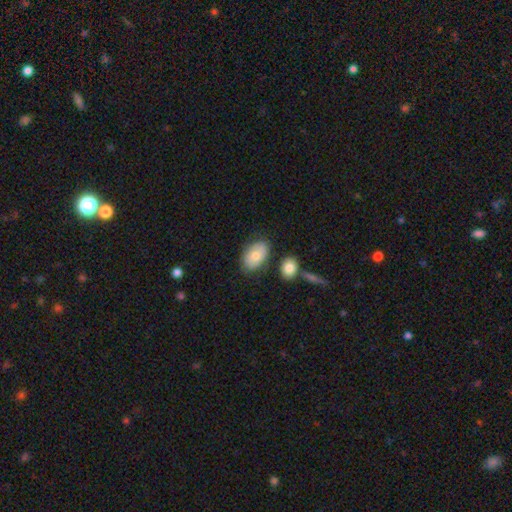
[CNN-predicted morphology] A smooth galaxy with no disk features (75%) that is in between round and cigar-shaped (91%).

Vote fractions:
- Smooth or featured? smooth: 75% / featured or disk: 19% / star or artifact: 6%
- How rounded? in between: 91% / round: 7% / cigar-shaped: 1%
- Merging? none: 73% / minor disturbance: 15% / merger: 7% / major disturbance: 4%